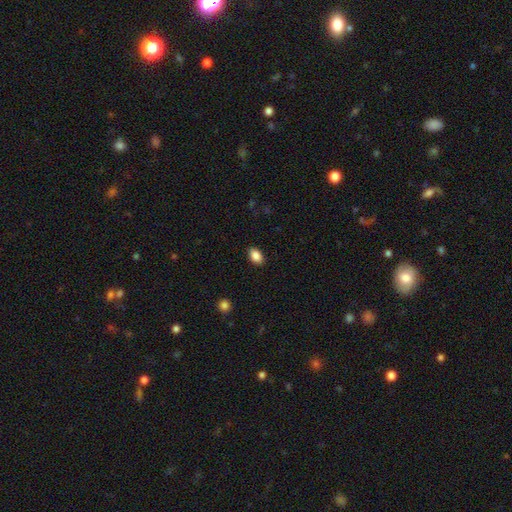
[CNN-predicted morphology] Q: Smooth or featured?
A: smooth (88%); runner-up: star or artifact (8%)
Q: How rounded?
A: in between (85%); runner-up: round (13%)
Q: Merging?
A: none (89%); runner-up: minor disturbance (8%)